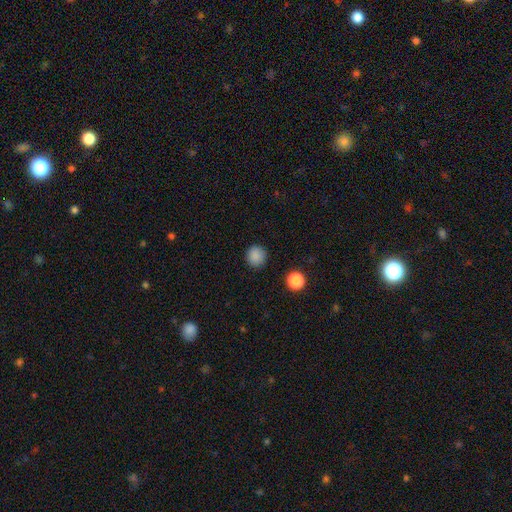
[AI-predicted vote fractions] Smooth or featured? smooth (86%)
How rounded? round (93%)
Merging? none (90%)